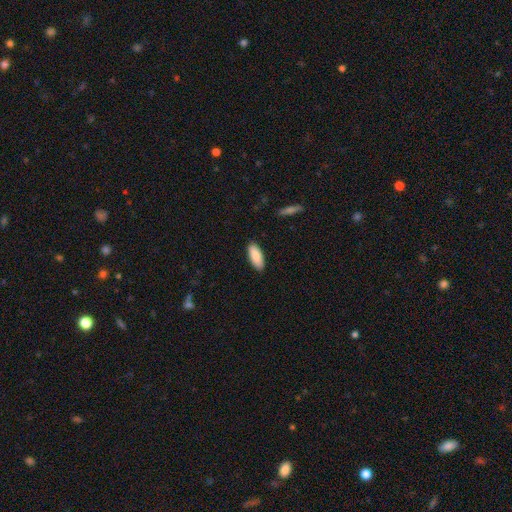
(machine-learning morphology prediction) This is clearly a smooth galaxy (88%). How rounded: likely in between (77%). Merging: clearly none (89%).